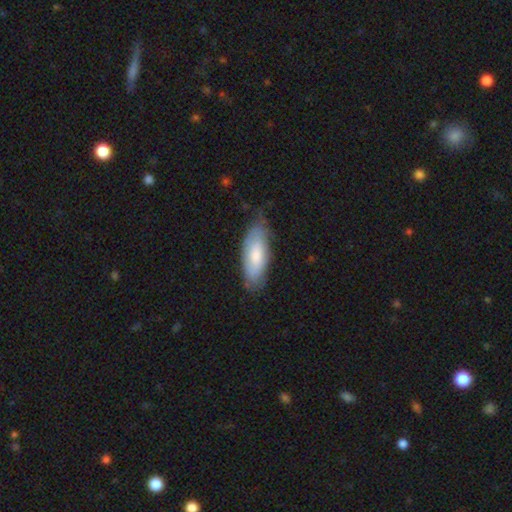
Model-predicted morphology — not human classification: Q: Smooth or featured?
A: smooth (72%); runner-up: featured or disk (22%)
Q: How rounded?
A: in between (75%); runner-up: cigar-shaped (23%)
Q: Merging?
A: none (65%); runner-up: minor disturbance (28%)